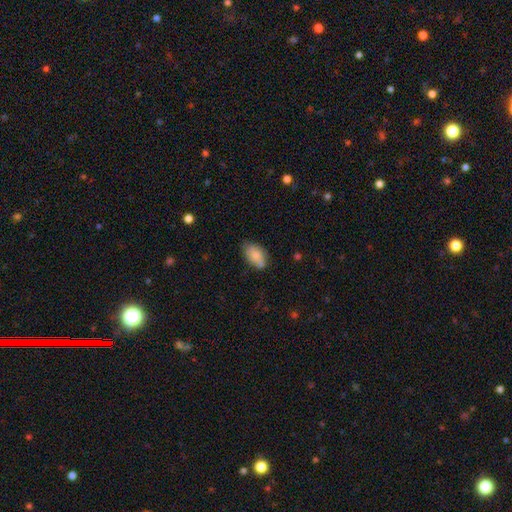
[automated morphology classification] Smooth or featured: smooth — 83% (featured or disk — 10%)
How rounded: in between — 93% (round — 5%)
Merging: none — 66% (minor disturbance — 25%)